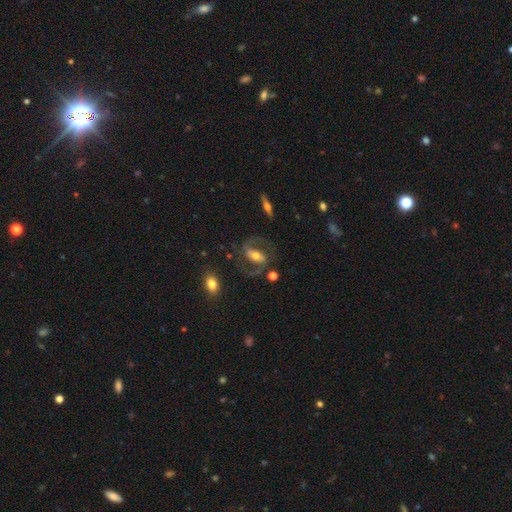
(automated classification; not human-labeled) Smooth or featured? featured or disk (79%)
Edge-on disk? no (94%)
Bar? strong (46%)
Spiral arms? yes (91%)
Spiral winding? medium (56%)
Spiral arm count? 2 (91%)
Bulge size? moderate (58%)
Merging? none (70%)